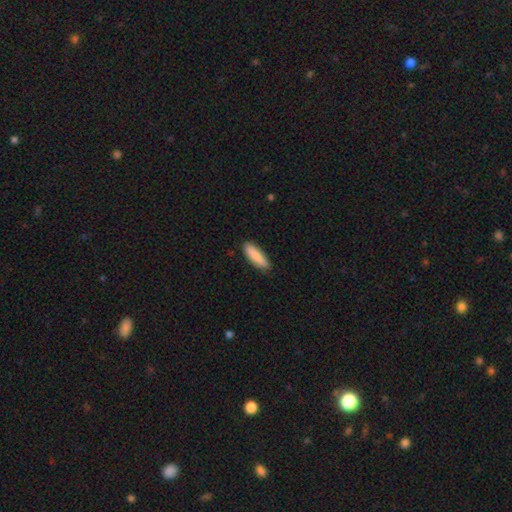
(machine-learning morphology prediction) This is clearly a smooth galaxy (88%). How rounded: possibly cigar-shaped (53%). Merging: clearly none (85%).